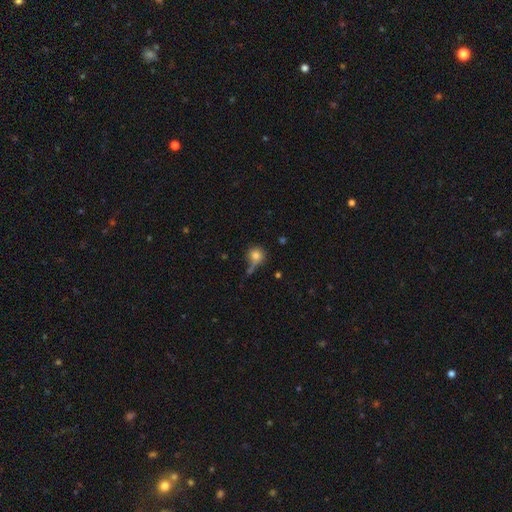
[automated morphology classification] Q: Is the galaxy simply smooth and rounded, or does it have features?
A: smooth — 79%.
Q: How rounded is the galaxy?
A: round — 86%.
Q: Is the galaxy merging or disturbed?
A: none — 51%.